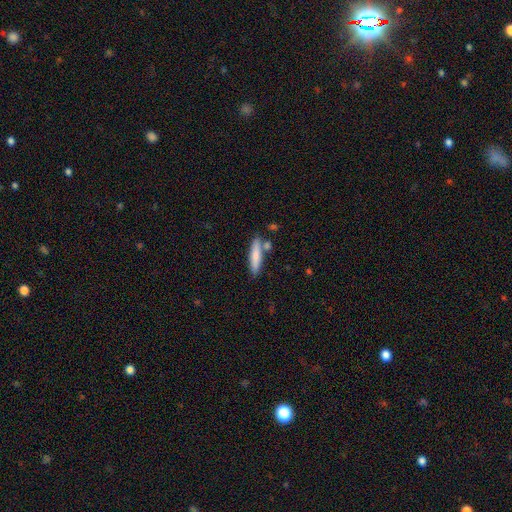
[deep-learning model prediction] This appears to be a smooth galaxy with no disk features (78%) that is cigar-shaped (81%). Merging: none (74%).